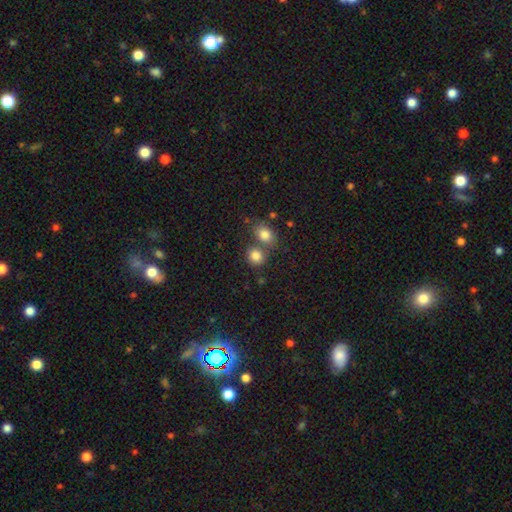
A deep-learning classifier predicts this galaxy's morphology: A smooth galaxy with no disk features (83%) that is round (72%).

Vote fractions:
- Smooth or featured? smooth: 83% / star or artifact: 10% / featured or disk: 7%
- How rounded? round: 72% / in between: 27% / cigar-shaped: 1%
- Merging? none: 54% / merger: 34% / minor disturbance: 9% / major disturbance: 3%